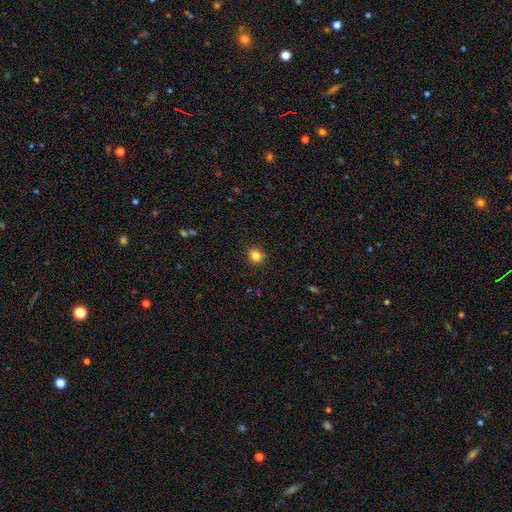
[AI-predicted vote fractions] This is clearly a smooth galaxy (83%). How rounded: likely round (73%). Merging: clearly none (86%).